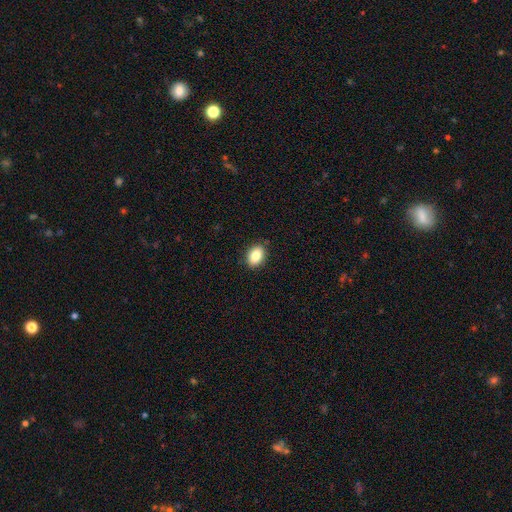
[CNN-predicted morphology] Overall: smooth (85%). How rounded: in between (78%). Merging: none (88%).